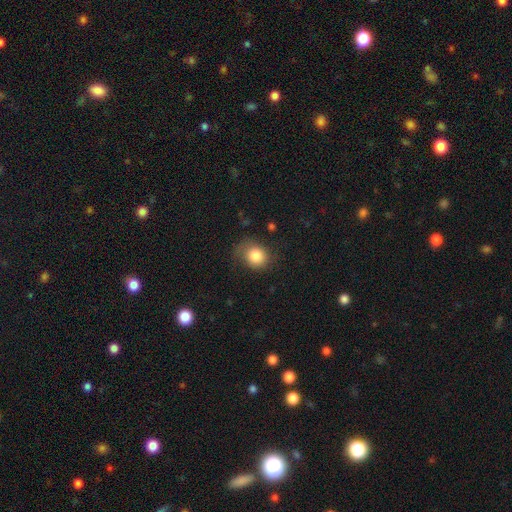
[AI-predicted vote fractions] smooth_or_featured: smooth (p=0.81) [alt: featured or disk p=0.10]
how_rounded: round (p=0.67) [alt: in between p=0.32]
merging: none (p=0.62) [alt: minor disturbance p=0.24]